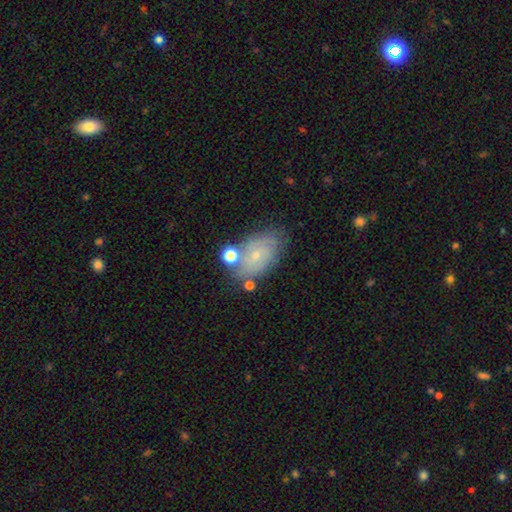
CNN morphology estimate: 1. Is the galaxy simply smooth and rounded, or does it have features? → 49% smooth, 41% featured or disk, 11% star or artifact.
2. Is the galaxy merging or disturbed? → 59% none, 21% minor disturbance, 12% merger, 8% major disturbance.